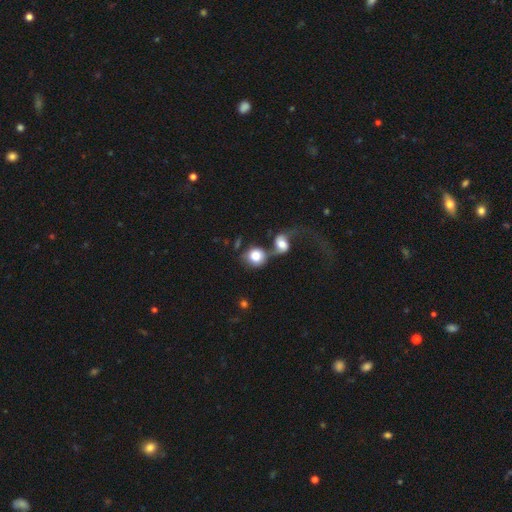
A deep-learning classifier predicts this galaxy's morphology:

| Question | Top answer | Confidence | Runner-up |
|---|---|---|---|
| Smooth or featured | smooth | 73% | featured or disk (20%) |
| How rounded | round | 80% | in between (19%) |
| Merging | merger | 56% | none (24%) |